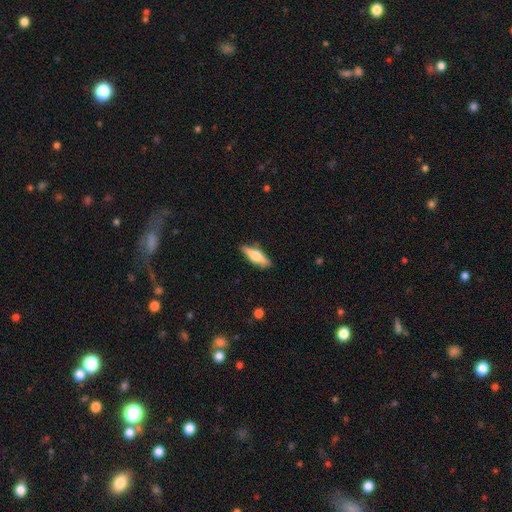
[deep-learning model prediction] A smooth galaxy with no disk features (48%). Merging: none (85%).